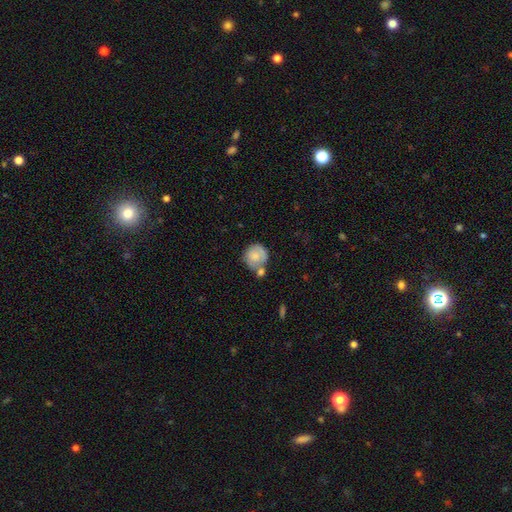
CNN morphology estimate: Overall: smooth (71%). How rounded: round (86%). Merging: none (46%; merger 27%).